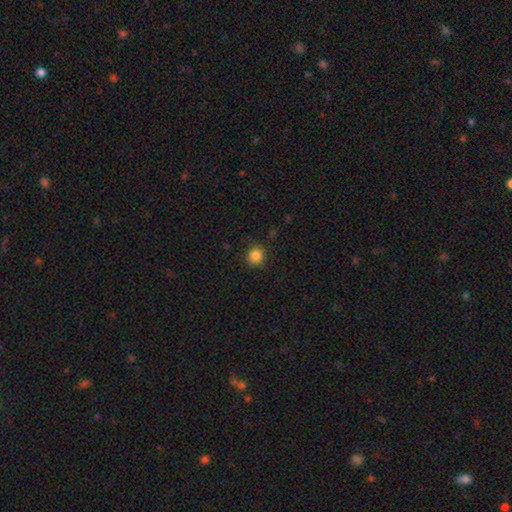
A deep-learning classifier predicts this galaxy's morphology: Overall: smooth (85%). How rounded: round (87%). Merging: none (87%).